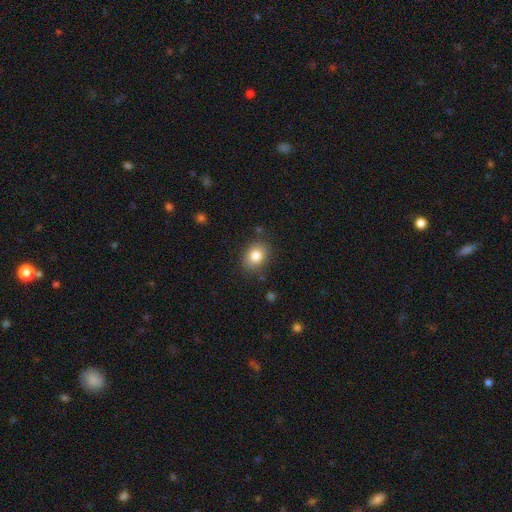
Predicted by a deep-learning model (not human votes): Morphology: type=smooth (83%); roundness=in between (59%); merging=none (84%).